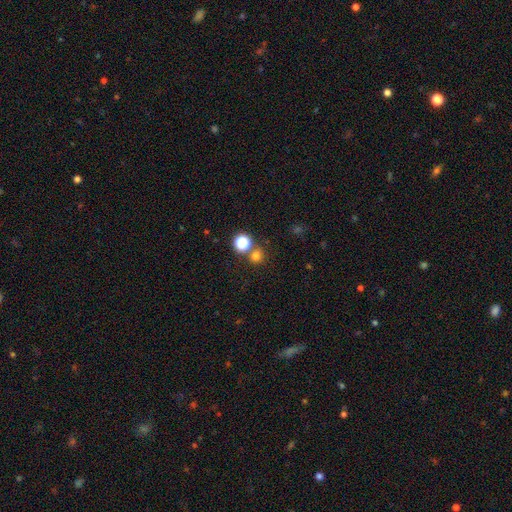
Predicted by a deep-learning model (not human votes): Overall: smooth (72%). How rounded: round (89%). Merging: none (72%).